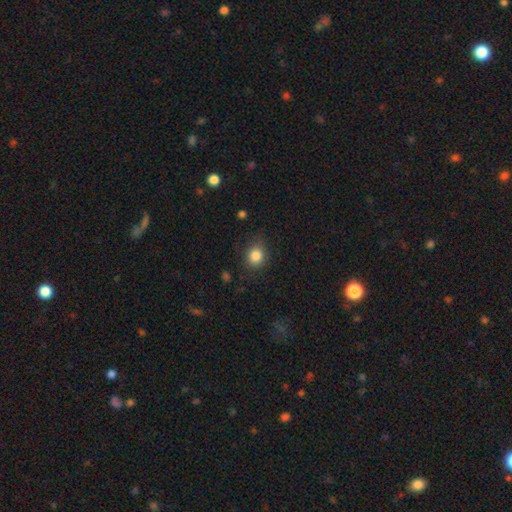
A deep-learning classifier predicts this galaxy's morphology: Smooth or featured? smooth (85%)
How rounded? round (73%)
Merging? none (79%)